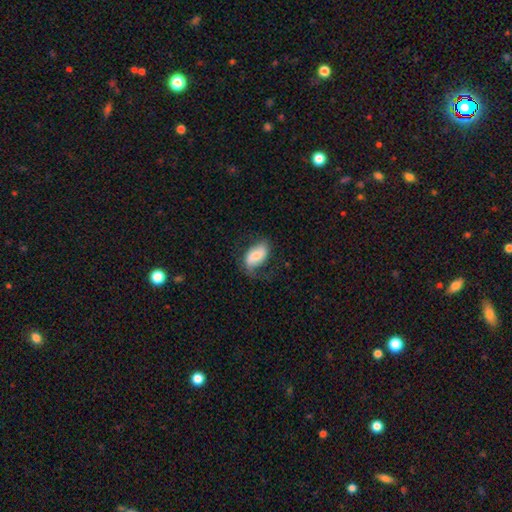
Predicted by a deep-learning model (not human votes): Q: Smooth or featured?
A: smooth (61%); runner-up: featured or disk (31%)
Q: How rounded?
A: in between (93%); runner-up: round (5%)
Q: Merging?
A: none (51%); runner-up: minor disturbance (28%)